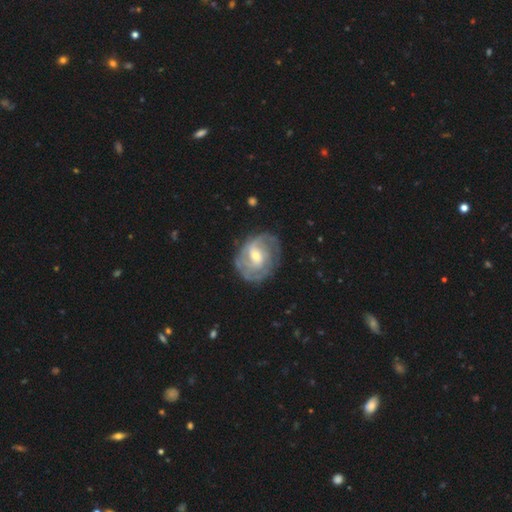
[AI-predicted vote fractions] Q: Smooth or featured?
A: featured or disk (82%); runner-up: smooth (12%)
Q: Edge-on disk?
A: no (97%); runner-up: yes (3%)
Q: Bar?
A: weak (50%); runner-up: no (35%)
Q: Spiral arms?
A: yes (92%); runner-up: no (8%)
Q: Spiral winding?
A: tight (56%); runner-up: medium (33%)
Q: Spiral arm count?
A: 2 (35%); runner-up: can't tell (32%)
Q: Bulge size?
A: moderate (50%); runner-up: small (45%)
Q: Merging?
A: none (72%); runner-up: minor disturbance (19%)